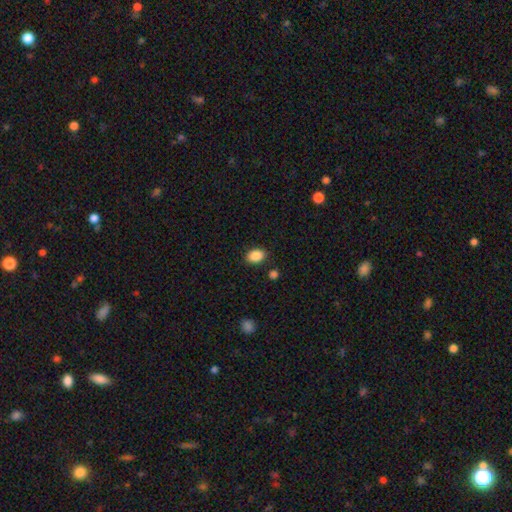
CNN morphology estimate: Q: Smooth or featured?
A: smooth (88%); runner-up: star or artifact (8%)
Q: How rounded?
A: in between (78%); runner-up: round (21%)
Q: Merging?
A: none (85%); runner-up: minor disturbance (9%)